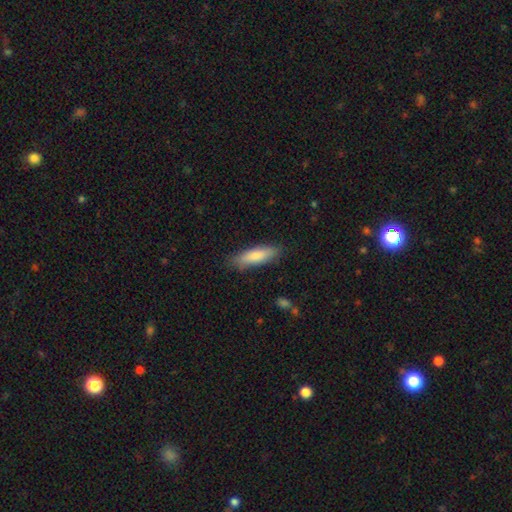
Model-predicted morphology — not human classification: type=smooth (82%); roundness=cigar-shaped (62%); merging=none (84%).